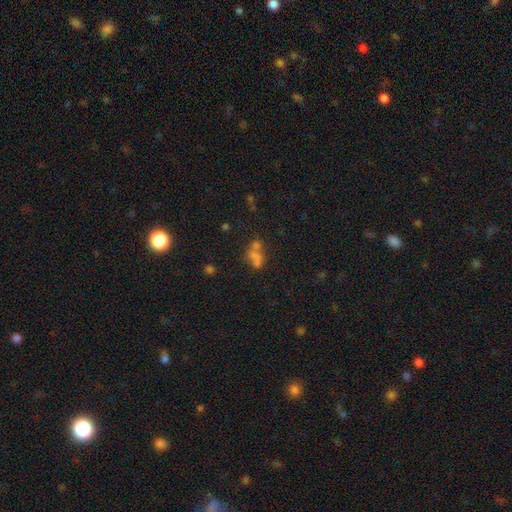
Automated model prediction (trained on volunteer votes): Smooth or featured? Predicted: smooth (p=0.59). How rounded? Predicted: in between (p=0.67). Merging? Predicted: merger (p=0.50).